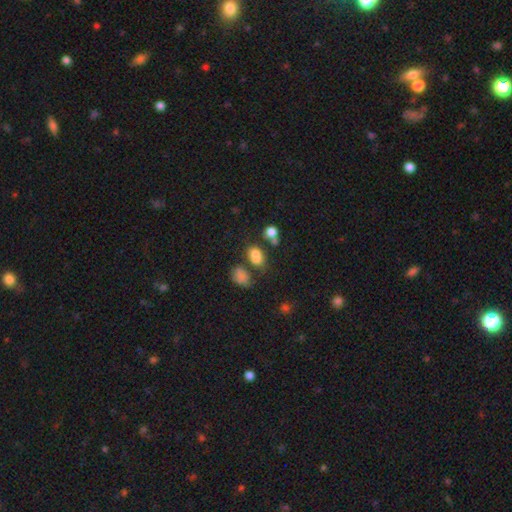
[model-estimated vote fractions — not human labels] smooth 73%, star or artifact 16%, featured or disk 11%. Down the decision tree: how rounded — in between (68%); merging — none (43%).